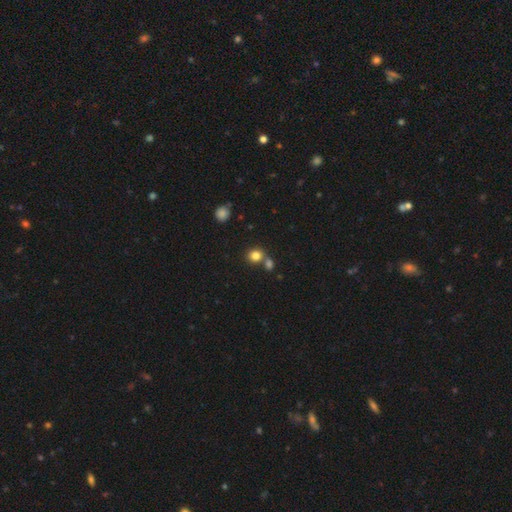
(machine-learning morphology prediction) This is clearly a smooth galaxy (82%). How rounded: likely round (77%). Merging: likely none (60%).